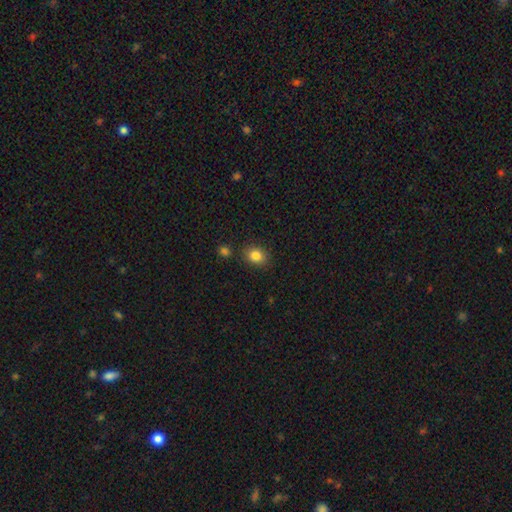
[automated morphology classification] Q: Smooth or featured?
A: smooth (84%); runner-up: star or artifact (10%)
Q: How rounded?
A: round (50%); runner-up: in between (49%)
Q: Merging?
A: none (84%); runner-up: minor disturbance (9%)